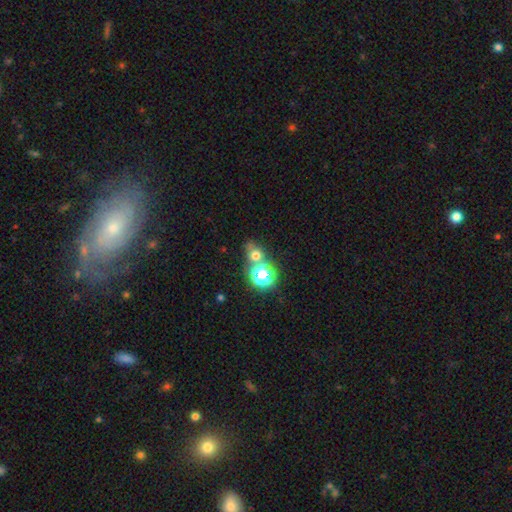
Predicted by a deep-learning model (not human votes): This is possibly a smooth galaxy (55%). How rounded: likely round (76%). Merging: possibly none (59%).